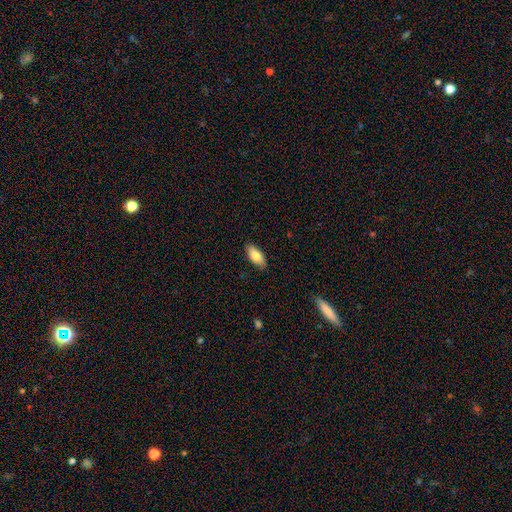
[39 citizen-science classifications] smooth 69%, featured or disk 18%, star or artifact 13%. Down the decision tree: how rounded — in between (96%); merging — none (82%).